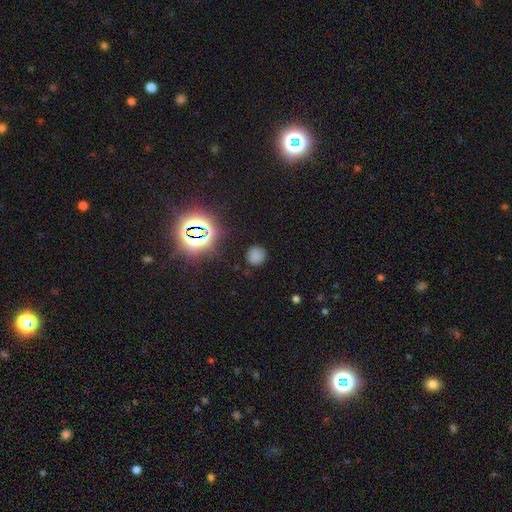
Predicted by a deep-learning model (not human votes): Smooth or featured? Predicted: smooth (p=0.68). How rounded? Predicted: round (p=0.88). Merging? Predicted: none (p=0.83).